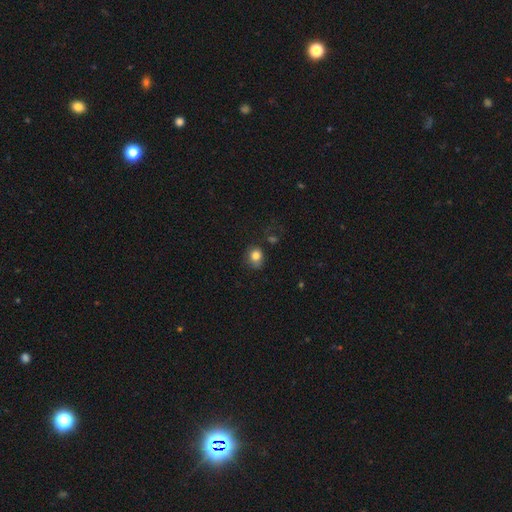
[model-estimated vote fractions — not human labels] Morphology: type=smooth (81%); roundness=round (72%); merging=none (65%).